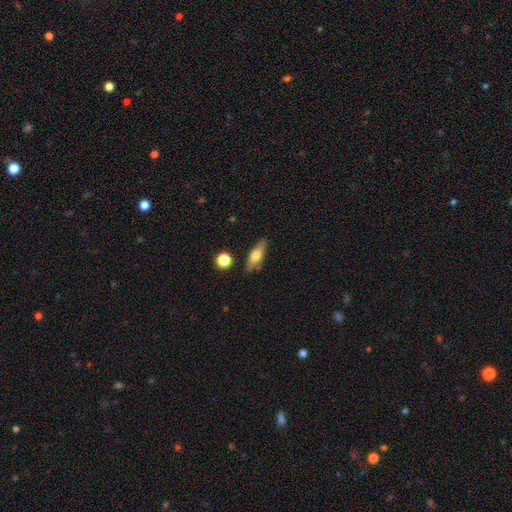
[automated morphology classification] Q: Smooth or featured?
A: smooth (59%); runner-up: featured or disk (34%)
Q: How rounded?
A: in between (56%); runner-up: cigar-shaped (40%)
Q: Merging?
A: none (80%); runner-up: minor disturbance (14%)